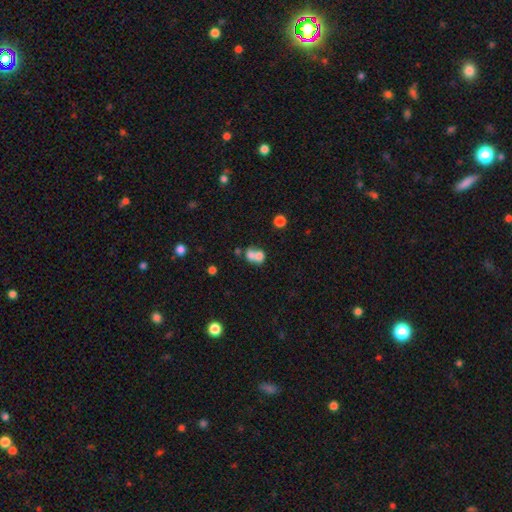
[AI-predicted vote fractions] smooth_or_featured: smooth (p=0.68) [alt: featured or disk p=0.21]
how_rounded: round (p=0.55) [alt: in between p=0.44]
merging: merger (p=0.68) [alt: none p=0.21]